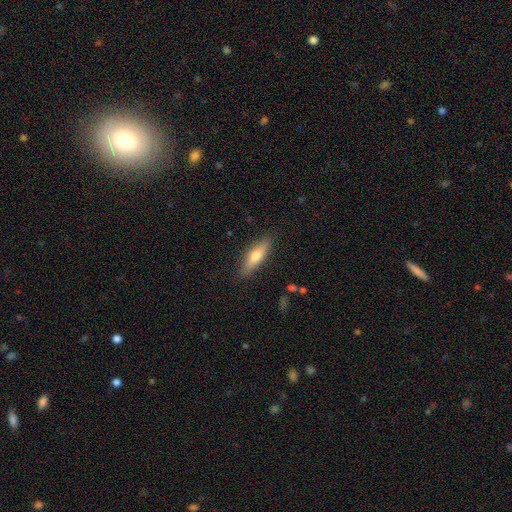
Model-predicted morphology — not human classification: Smooth or featured? Predicted: smooth (p=0.61). How rounded? Predicted: cigar-shaped (p=0.59). Merging? Predicted: none (p=0.87).